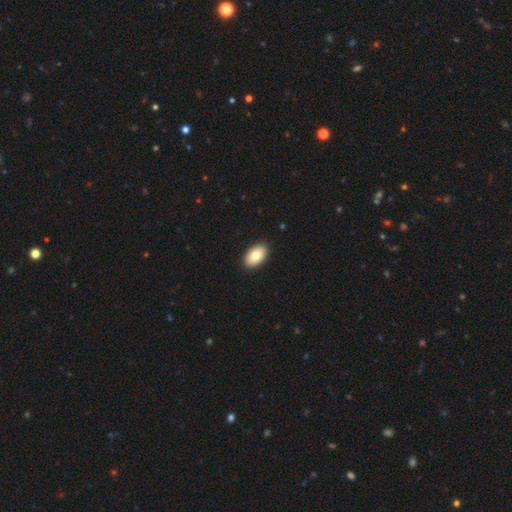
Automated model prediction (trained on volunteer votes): Smooth or featured: smooth — 81% (featured or disk — 12%)
How rounded: in between — 93% (round — 5%)
Merging: none — 91% (minor disturbance — 6%)